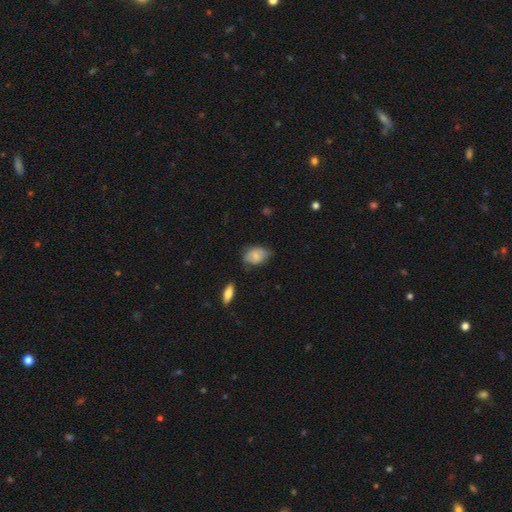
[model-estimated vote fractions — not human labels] smooth_or_featured: smooth (p=0.68) [alt: featured or disk p=0.24]
how_rounded: in between (p=0.84) [alt: round p=0.14]
merging: none (p=0.49) [alt: minor disturbance p=0.38]